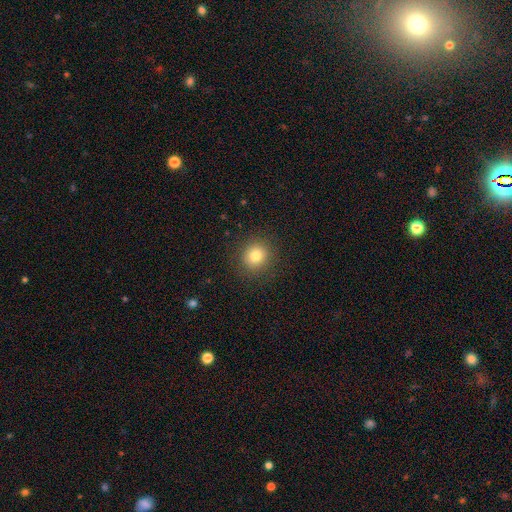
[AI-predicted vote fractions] This is likely a smooth galaxy (79%). How rounded: clearly round (88%). Merging: clearly none (89%).